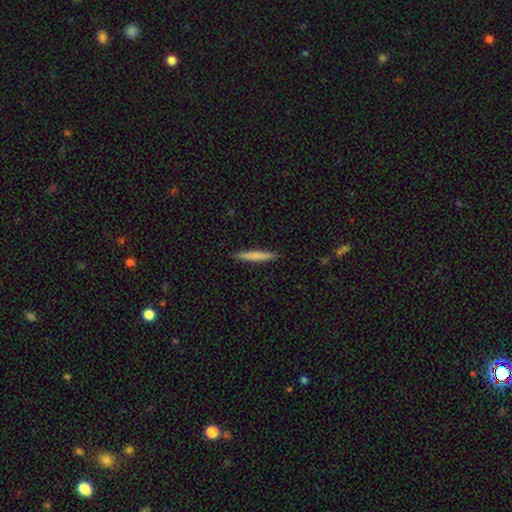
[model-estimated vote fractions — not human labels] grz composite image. It shows a smooth galaxy with no disk features (74%) that is cigar-shaped (95%). Merging: none (91%).